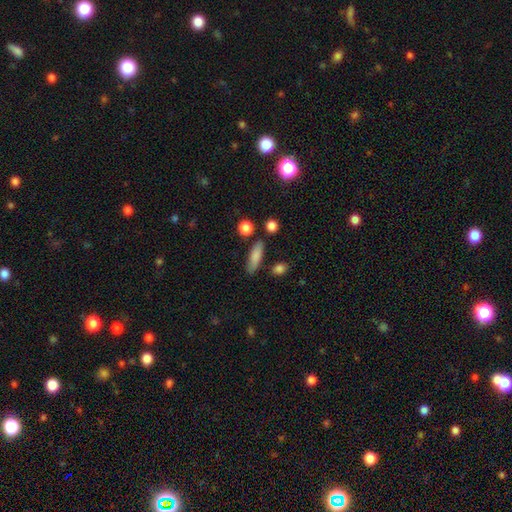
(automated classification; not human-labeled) Smooth or featured? Predicted: smooth (p=0.82). How rounded? Predicted: cigar-shaped (p=0.50). Merging? Predicted: none (p=0.80).